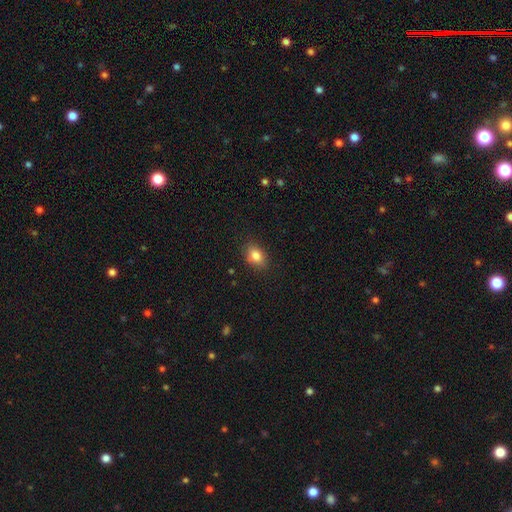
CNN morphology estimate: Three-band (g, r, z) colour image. It shows a smooth galaxy with no disk features (84%) that is in between round and cigar-shaped (74%). Merging: none (83%).